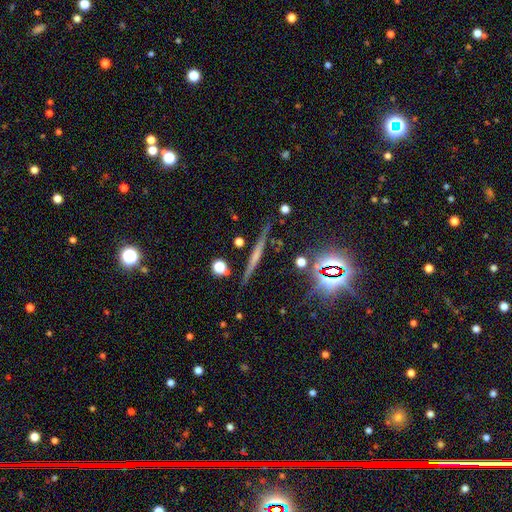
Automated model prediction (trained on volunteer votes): Overall: featured or disk (54%; smooth 32%). Edge-on disk: yes (96%). Edge-on bulge: none (66%). Merging: none (86%).